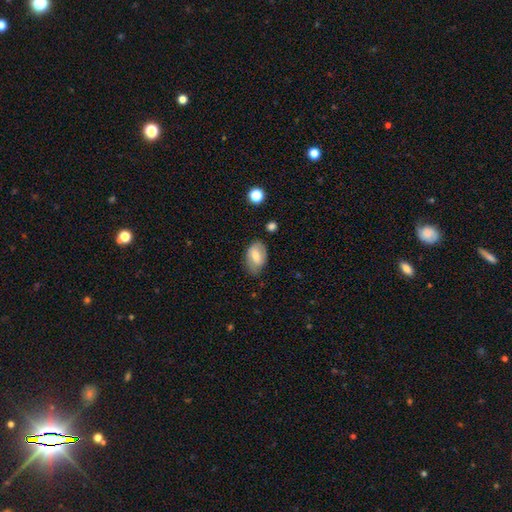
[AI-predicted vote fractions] Smooth or featured?
  - smooth: 65% *
  - featured or disk: 27%
  - star or artifact: 7%
How rounded?
  - in between: 89% *
  - round: 9%
  - cigar-shaped: 2%
Merging?
  - none: 66% *
  - minor disturbance: 26%
  - major disturbance: 6%
  - merger: 2%